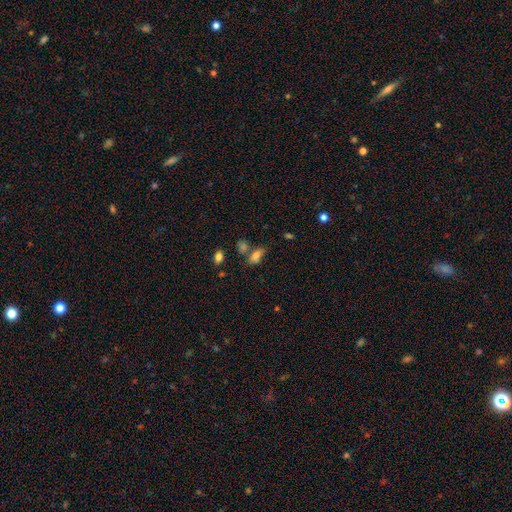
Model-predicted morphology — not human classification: The model was most divided on "merging": none: 50%, merger: 21%, minor disturbance: 20%, major disturbance: 8%. More confident: how rounded — in between (83%); smooth or featured — smooth (75%).